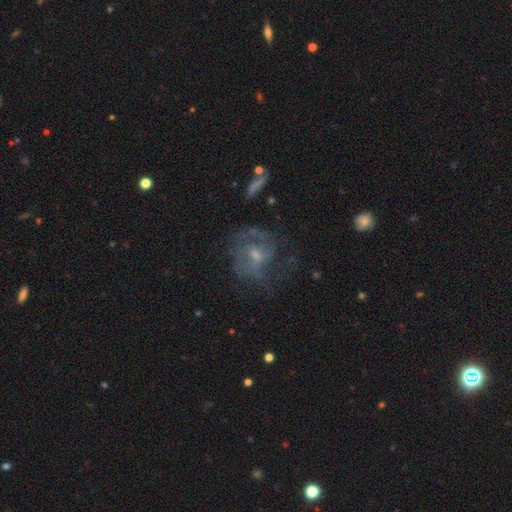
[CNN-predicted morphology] smooth-or-featured: featured or disk: 64% | smooth: 25% | star or artifact: 11%
  disk-edge-on: no: 97% | yes: 3%
    bar: no: 53% | weak: 40% | strong: 7%
    has-spiral-arms: yes: 63% | no: 37%
    bulge-size: small: 47% | moderate: 41% | none: 9% | large: 3% | dominant: 1%
  merging: none: 50% | major disturbance: 27% | minor disturbance: 20% | merger: 3%